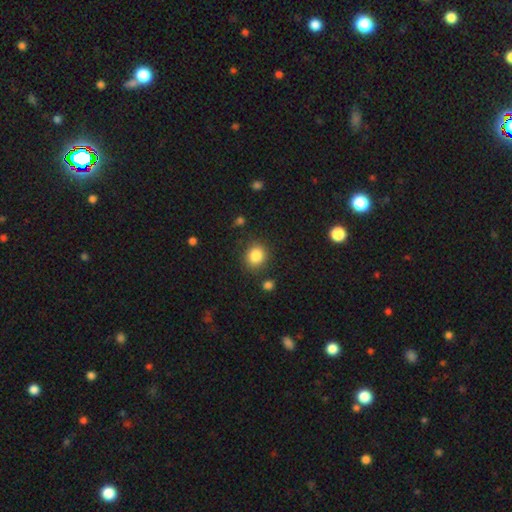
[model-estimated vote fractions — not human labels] Morphology: type=smooth (85%); roundness=round (81%); merging=none (83%).